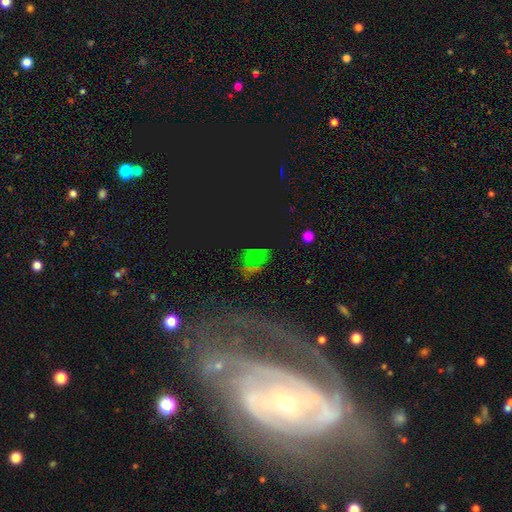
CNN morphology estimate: This appears to be a star or artifact, not a galaxy (61%).